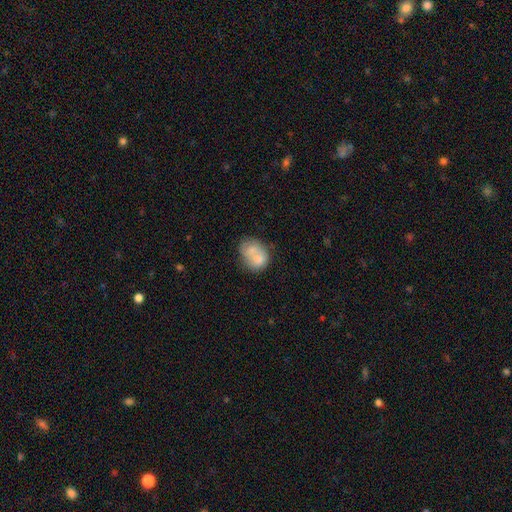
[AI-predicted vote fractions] A smooth galaxy with no disk features (69%) that is in between round and cigar-shaped (55%).

Vote fractions:
- Smooth or featured? smooth: 69% / featured or disk: 24% / star or artifact: 7%
- How rounded? in between: 55% / round: 44% / cigar-shaped: 1%
- Merging? merger: 44% / none: 31% / minor disturbance: 17% / major disturbance: 8%